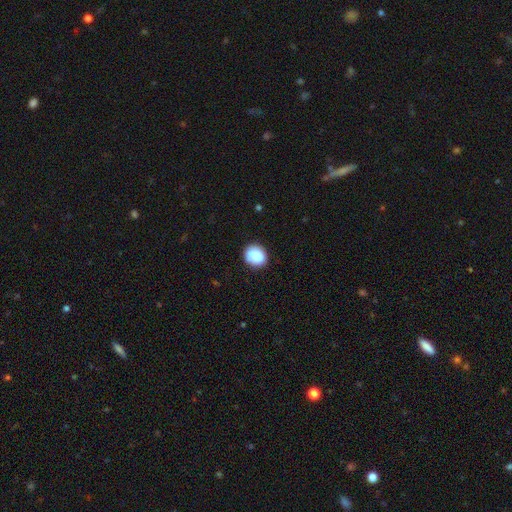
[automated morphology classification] Overall: smooth (87%). How rounded: round (71%). Merging: none (81%).